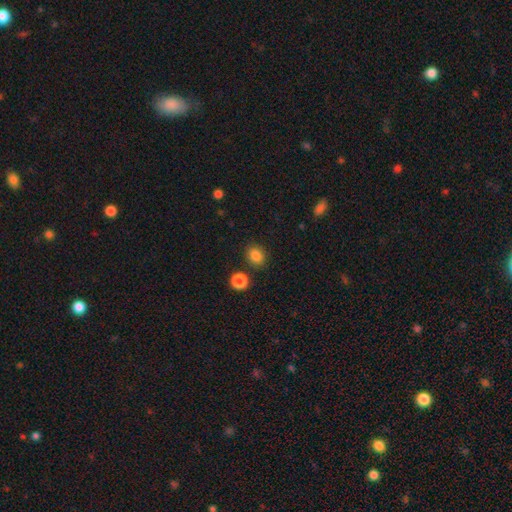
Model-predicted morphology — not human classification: Overall: smooth (84%). How rounded: round (58%; in between 41%). Merging: none (83%).